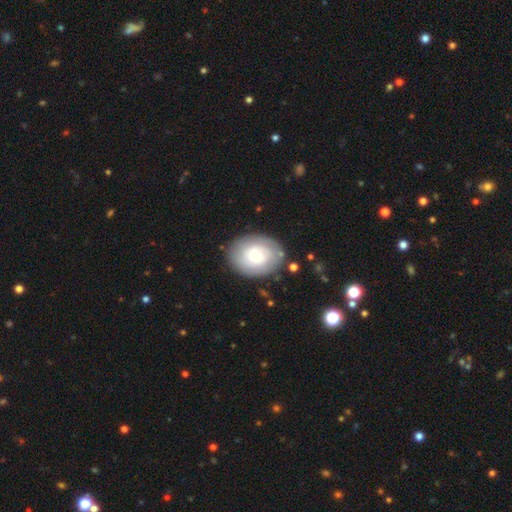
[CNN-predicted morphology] smooth 63%, featured or disk 30%, star or artifact 7%. Down the decision tree: how rounded — in between (58%); merging — none (80%).